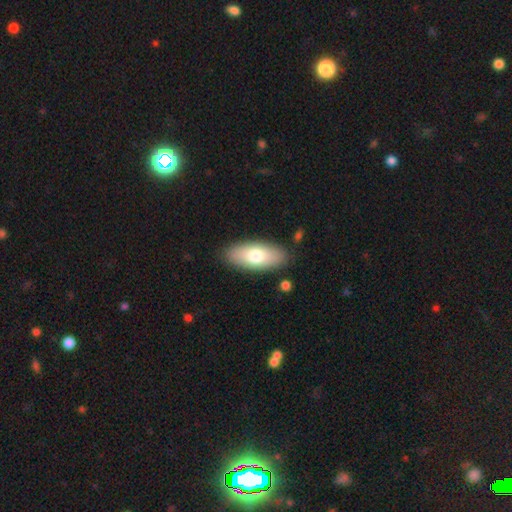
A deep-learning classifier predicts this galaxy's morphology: smooth_or_featured: smooth (p=0.74) [alt: featured or disk p=0.20]
how_rounded: in between (p=0.86) [alt: cigar-shaped p=0.11]
merging: none (p=0.86) [alt: minor disturbance p=0.09]